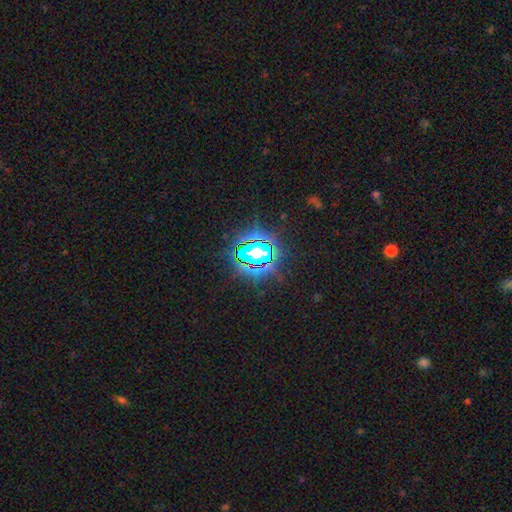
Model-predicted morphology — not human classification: Overall: star or artifact (79%).